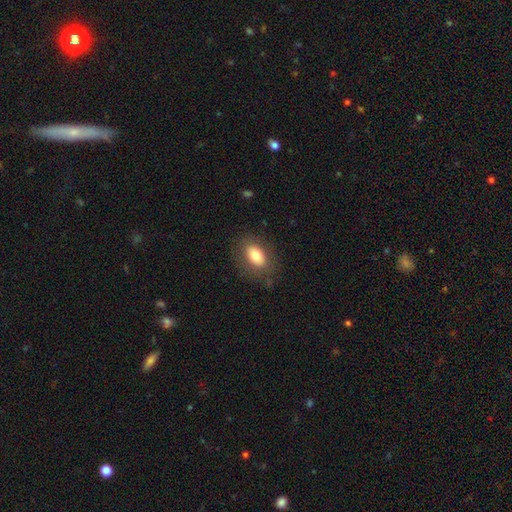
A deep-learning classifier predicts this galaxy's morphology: Smooth or featured? Predicted: smooth (p=0.77). How rounded? Predicted: in between (p=0.85). Merging? Predicted: none (p=0.80).